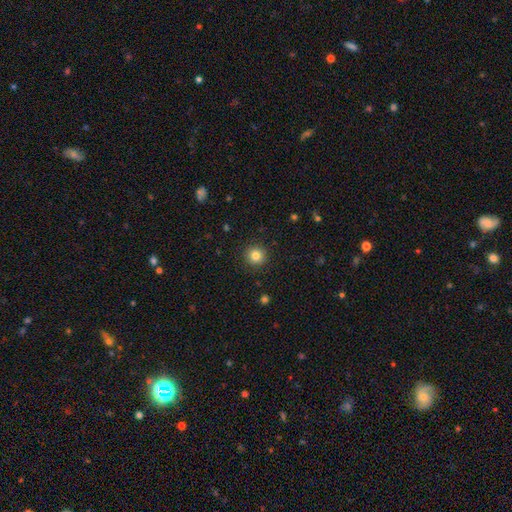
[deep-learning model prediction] Q: Smooth or featured?
A: smooth (83%); runner-up: star or artifact (12%)
Q: How rounded?
A: round (94%); runner-up: in between (5%)
Q: Merging?
A: none (92%); runner-up: minor disturbance (5%)